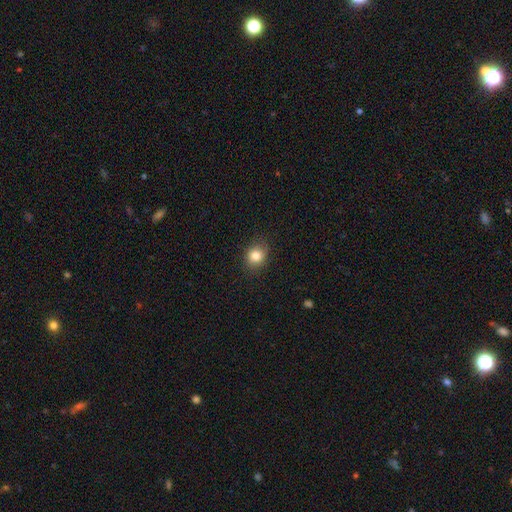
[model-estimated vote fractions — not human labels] smooth 83%, star or artifact 10%, featured or disk 7%. Down the decision tree: how rounded — round (64%); merging — none (85%).